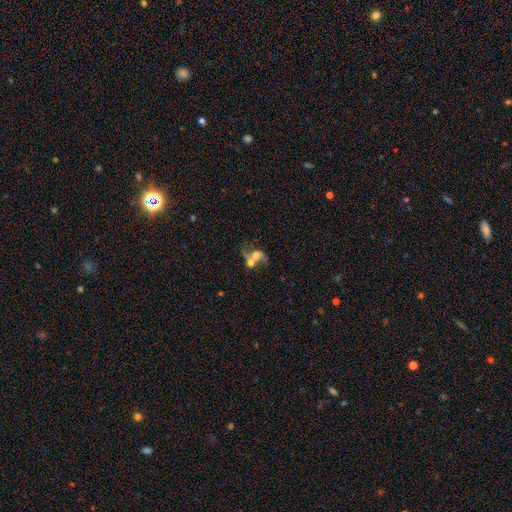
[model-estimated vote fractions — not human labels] A featured or disk galaxy (51%).

Vote fractions:
- Smooth or featured? featured or disk: 51% / smooth: 36% / star or artifact: 13%
- Edge-on disk? no: 96% / yes: 4%
- Merging? merger: 62% / none: 18% / major disturbance: 12% / minor disturbance: 8%